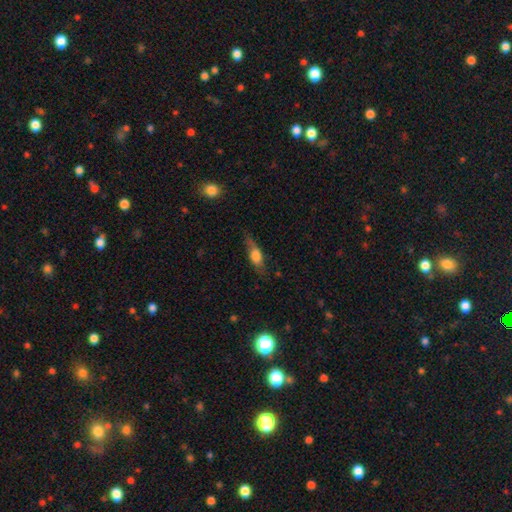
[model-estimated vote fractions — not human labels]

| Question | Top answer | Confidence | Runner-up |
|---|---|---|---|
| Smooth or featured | smooth | 59% | featured or disk (34%) |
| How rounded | in between | 54% | cigar-shaped (42%) |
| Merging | none | 66% | minor disturbance (24%) |